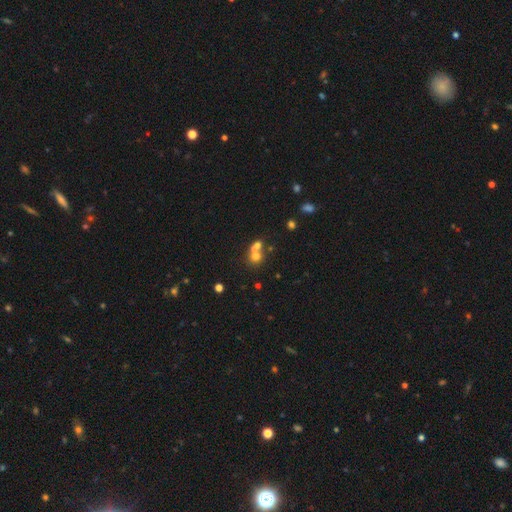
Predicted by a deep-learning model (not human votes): The model was most divided on "merging": merger: 51%, none: 38%, minor disturbance: 7%, major disturbance: 4%. More confident: how rounded — round (81%); smooth or featured — smooth (61%).